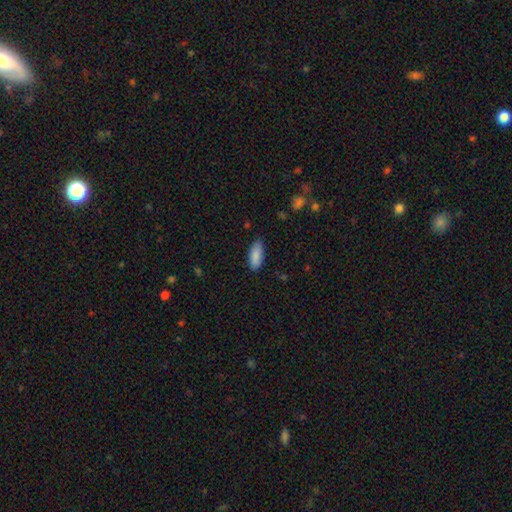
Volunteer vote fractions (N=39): A smooth galaxy with no disk features (90%) that is in between round and cigar-shaped (83%). Merging: none (82%).